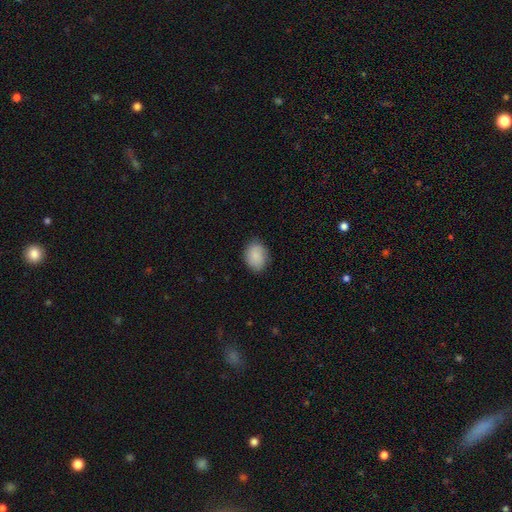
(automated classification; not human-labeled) This is clearly a smooth galaxy (87%). How rounded: likely in between (66%). Merging: clearly none (80%).